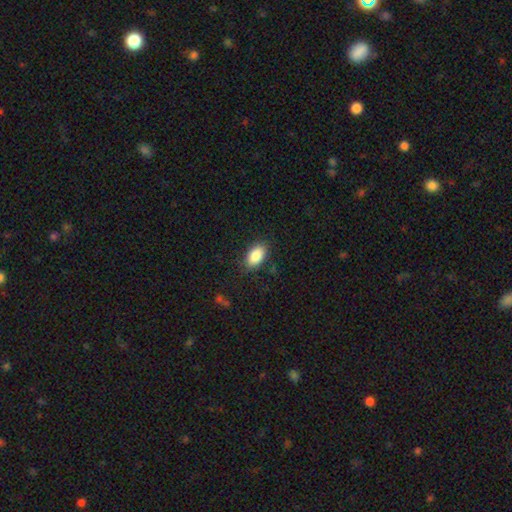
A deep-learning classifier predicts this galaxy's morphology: smooth-or-featured: smooth: 87% | star or artifact: 7% | featured or disk: 6%
  how-rounded: in between: 92% | round: 6% | cigar-shaped: 2%
  merging: none: 84% | minor disturbance: 12% | major disturbance: 3% | merger: 1%